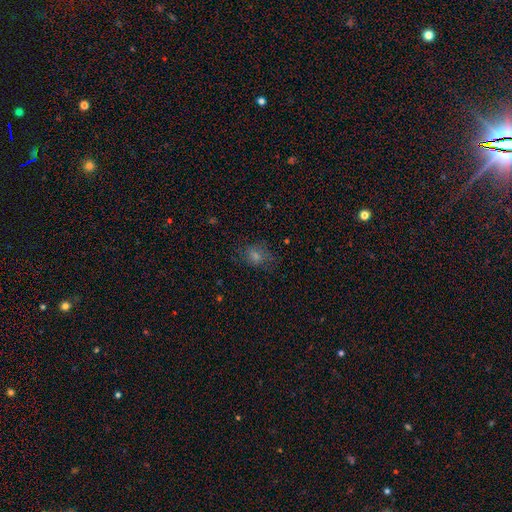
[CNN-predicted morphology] A smooth galaxy with no disk features (58%) that is round (53%). Merging: none (70%).